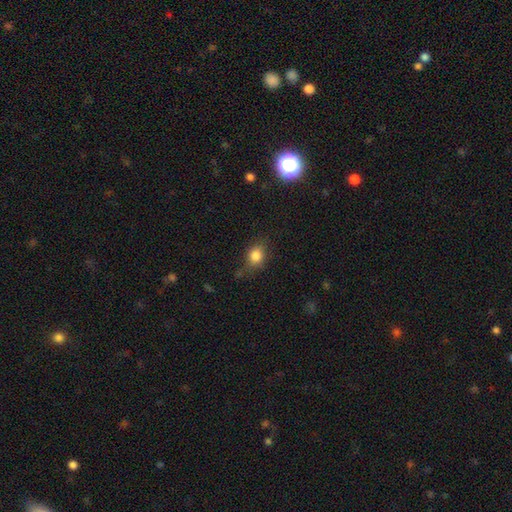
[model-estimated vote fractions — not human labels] A smooth galaxy with no disk features (82%) that is round (56%). Merging: none (68%).